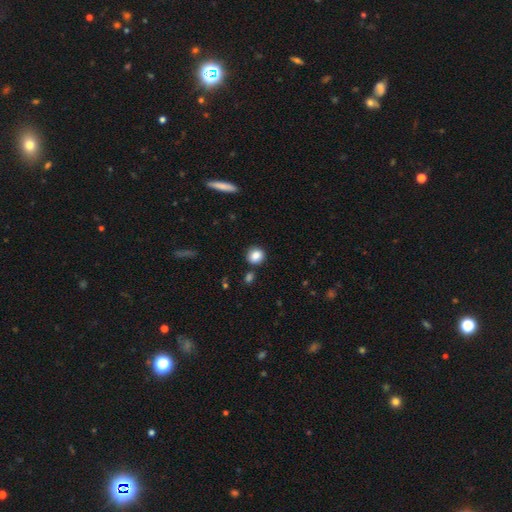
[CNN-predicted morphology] Q: Smooth or featured?
A: smooth (85%); runner-up: star or artifact (9%)
Q: How rounded?
A: round (84%); runner-up: in between (15%)
Q: Merging?
A: none (84%); runner-up: minor disturbance (9%)